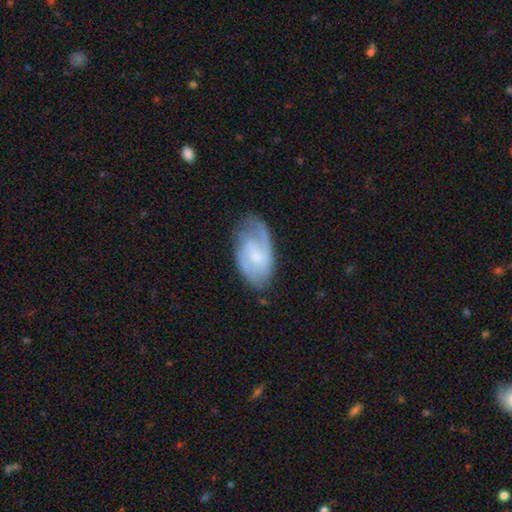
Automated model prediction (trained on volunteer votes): Smooth or featured? featured or disk (69%)
Edge-on disk? no (96%)
Bar? weak (49%)
Spiral arms? yes (90%)
Spiral winding? medium (46%)
Spiral arm count? 2 (63%)
Bulge size? small (52%)
Merging? none (67%)